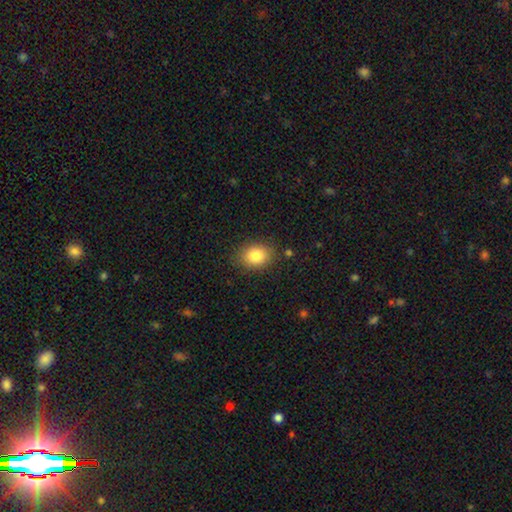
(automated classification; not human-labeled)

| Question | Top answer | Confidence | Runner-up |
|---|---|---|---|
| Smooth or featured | smooth | 84% | star or artifact (9%) |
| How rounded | in between | 60% | round (39%) |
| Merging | none | 85% | minor disturbance (10%) |